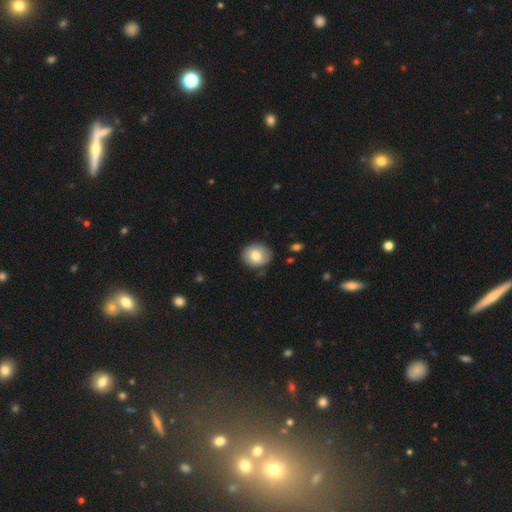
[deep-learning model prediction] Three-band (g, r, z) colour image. It shows a smooth galaxy with no disk features (77%) that is round (67%). Merging: none (82%).